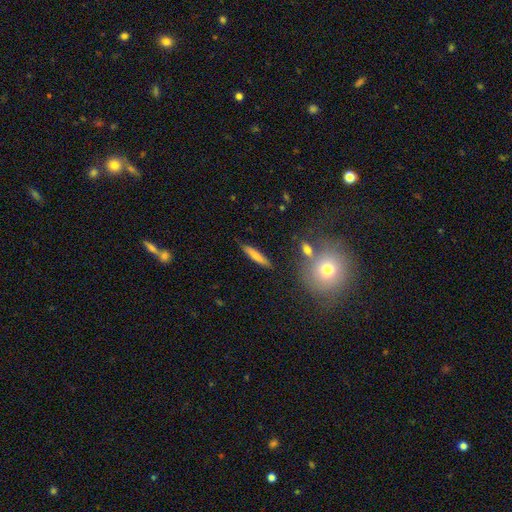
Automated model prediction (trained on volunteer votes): smooth 70%, featured or disk 23%, star or artifact 7%. Down the decision tree: how rounded — cigar-shaped (88%); merging — none (83%).